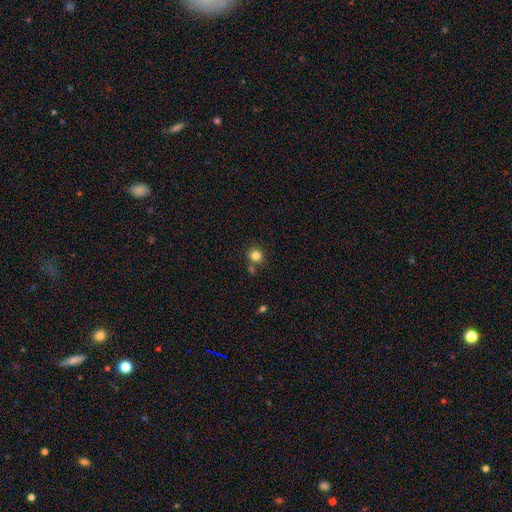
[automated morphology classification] A smooth galaxy with no disk features (83%) that is round (90%).

Vote fractions:
- Smooth or featured? smooth: 83% / star or artifact: 12% / featured or disk: 6%
- How rounded? round: 90% / in between: 9% / cigar-shaped: 1%
- Merging? none: 73% / merger: 14% / minor disturbance: 9% / major disturbance: 3%